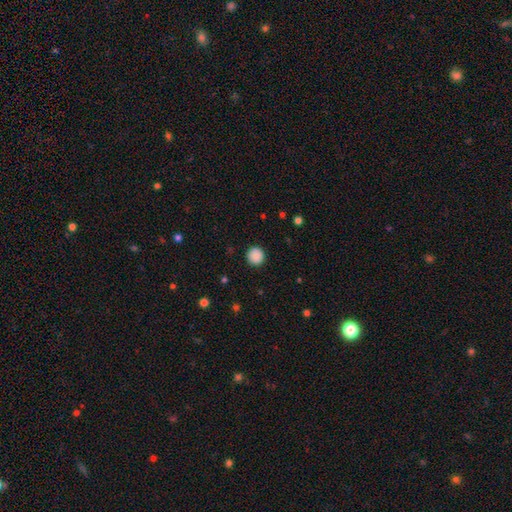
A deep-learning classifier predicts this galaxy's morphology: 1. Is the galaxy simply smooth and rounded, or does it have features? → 88% smooth, 9% star or artifact, 3% featured or disk.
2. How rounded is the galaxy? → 95% round, 4% in between, 1% cigar-shaped.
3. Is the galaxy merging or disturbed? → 91% none, 6% minor disturbance, 2% major disturbance, 1% merger.